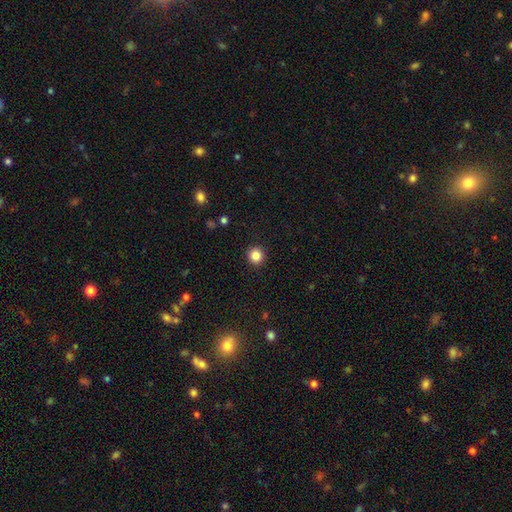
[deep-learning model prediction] Smooth or featured? Predicted: smooth (p=0.85). How rounded? Predicted: round (p=0.93). Merging? Predicted: none (p=0.93).